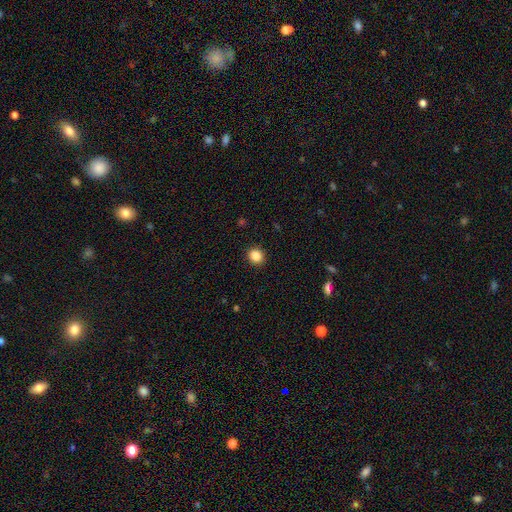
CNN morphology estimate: Overall: smooth (87%). How rounded: round (82%). Merging: none (91%).